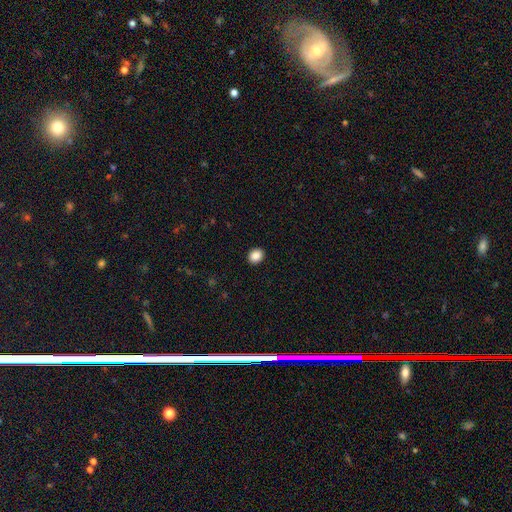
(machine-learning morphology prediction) Smooth or featured? smooth (88%)
How rounded? round (60%)
Merging? none (92%)